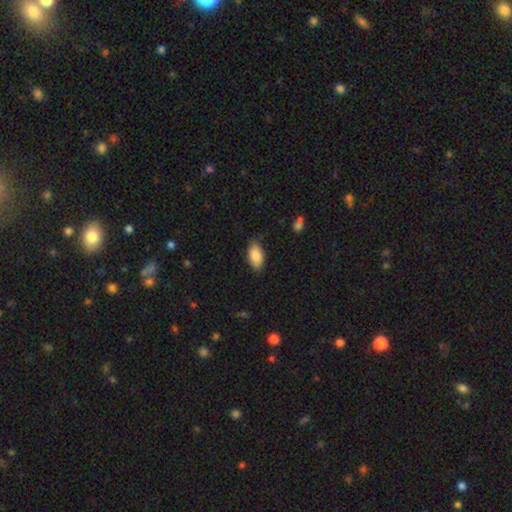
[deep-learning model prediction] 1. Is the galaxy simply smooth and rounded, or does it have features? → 87% smooth, 6% star or artifact, 6% featured or disk.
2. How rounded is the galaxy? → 94% in between, 4% round, 3% cigar-shaped.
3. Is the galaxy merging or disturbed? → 80% none, 16% minor disturbance, 3% major disturbance, 1% merger.